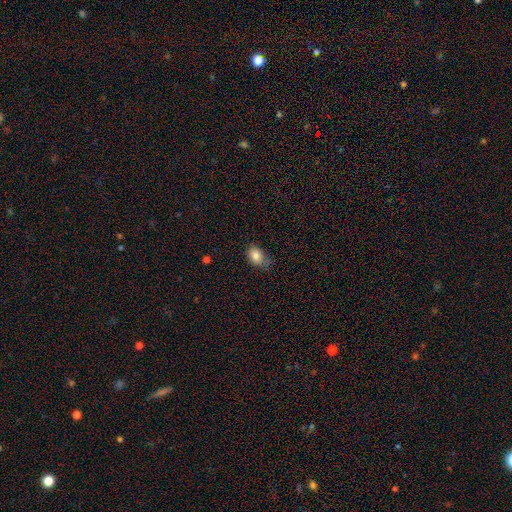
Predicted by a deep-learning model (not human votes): smooth_or_featured: smooth (p=0.83) [alt: star or artifact p=0.10]
how_rounded: in between (p=0.74) [alt: round p=0.25]
merging: none (p=0.59) [alt: minor disturbance p=0.32]